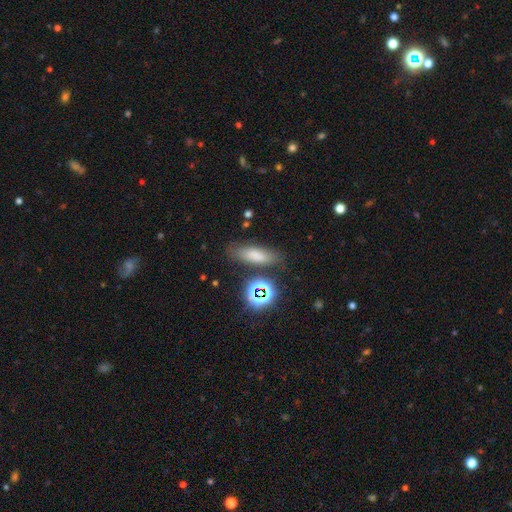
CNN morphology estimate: Smooth or featured: smooth — 71% (star or artifact — 17%)
How rounded: in between — 56% (cigar-shaped — 36%)
Merging: none — 76% (minor disturbance — 13%)